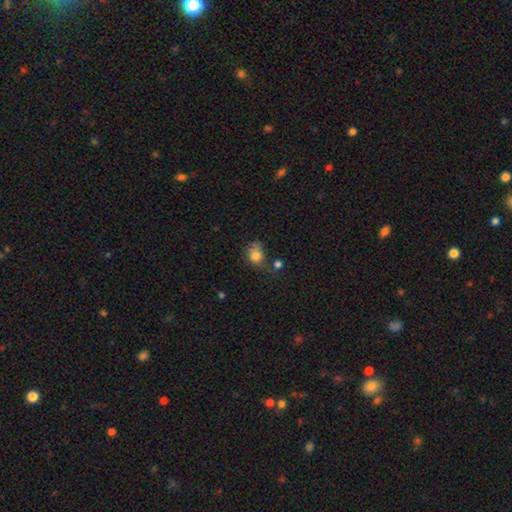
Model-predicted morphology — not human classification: Smooth or featured?
  - smooth: 80% *
  - star or artifact: 10%
  - featured or disk: 10%
How rounded?
  - in between: 53% *
  - round: 46%
  - cigar-shaped: 1%
Merging?
  - none: 41% *
  - minor disturbance: 30%
  - major disturbance: 15%
  - merger: 14%